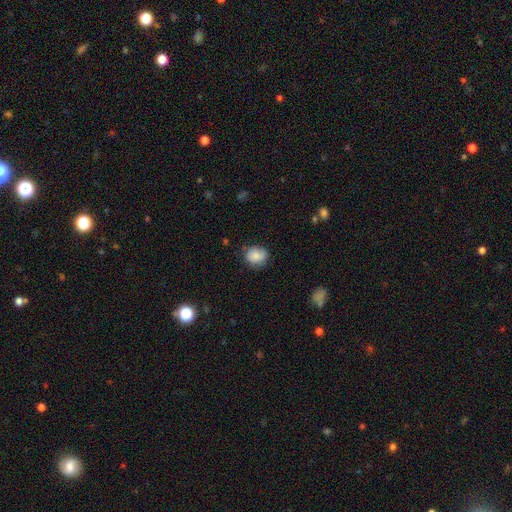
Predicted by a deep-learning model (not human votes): A smooth galaxy with no disk features (77%) that is round (70%).

Vote fractions:
- Smooth or featured? smooth: 77% / featured or disk: 15% / star or artifact: 8%
- How rounded? round: 70% / in between: 29% / cigar-shaped: 1%
- Merging? none: 70% / minor disturbance: 22% / major disturbance: 6% / merger: 2%